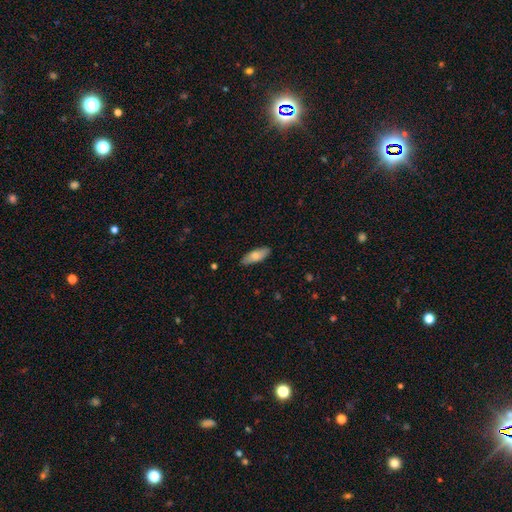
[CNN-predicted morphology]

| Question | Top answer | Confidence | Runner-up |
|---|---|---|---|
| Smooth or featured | smooth | 75% | featured or disk (19%) |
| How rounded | in between | 69% | cigar-shaped (30%) |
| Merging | none | 87% | minor disturbance (11%) |